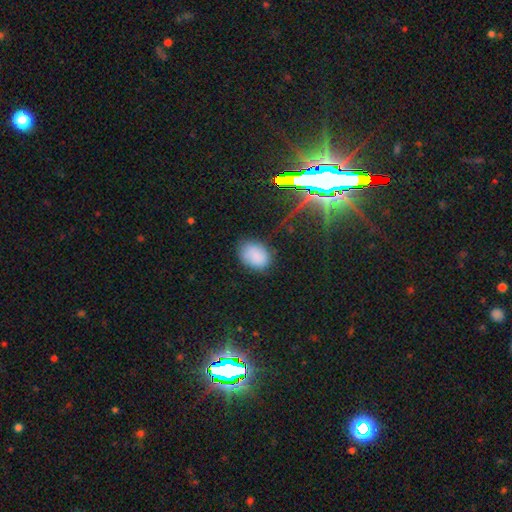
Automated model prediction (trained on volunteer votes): A smooth galaxy with no disk features (84%) that is in between round and cigar-shaped (70%).

Vote fractions:
- Smooth or featured? smooth: 84% / star or artifact: 10% / featured or disk: 6%
- How rounded? in between: 70% / round: 29% / cigar-shaped: 1%
- Merging? none: 75% / minor disturbance: 18% / major disturbance: 5% / merger: 2%